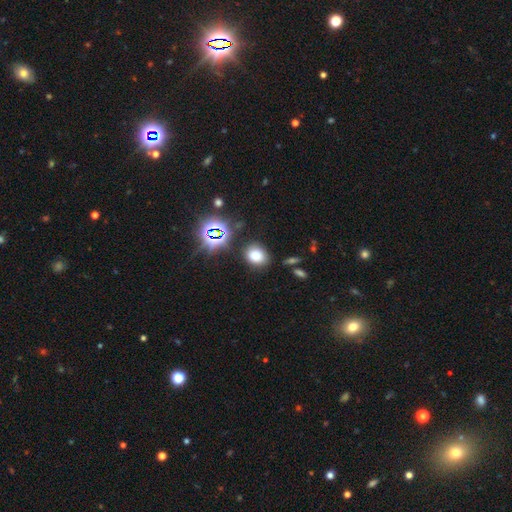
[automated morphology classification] The model was most divided on "how rounded": round: 53%, in between: 45%, cigar-shaped: 1%. More confident: merging — none (81%); smooth or featured — smooth (72%).